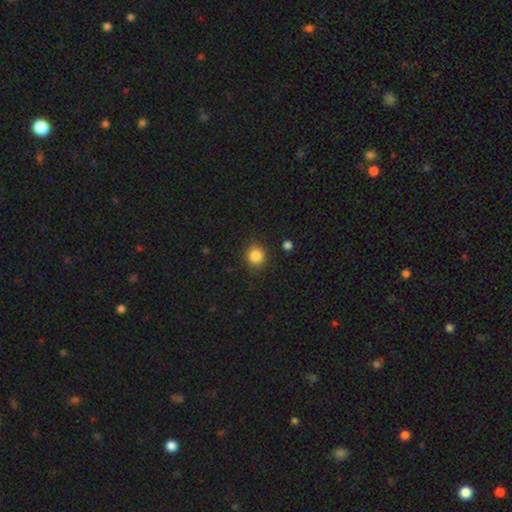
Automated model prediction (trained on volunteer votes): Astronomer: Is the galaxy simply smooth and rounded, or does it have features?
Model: smooth — 85%.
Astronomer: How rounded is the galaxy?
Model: round — 86%.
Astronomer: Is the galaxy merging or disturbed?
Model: none — 89%.